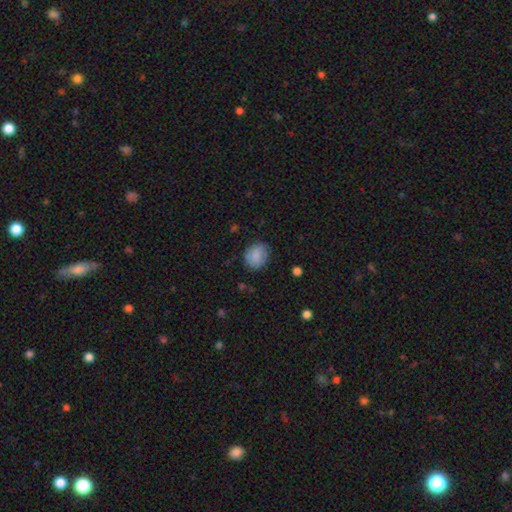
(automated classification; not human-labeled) The model was most divided on "how rounded": round: 57%, in between: 42%, cigar-shaped: 1%. More confident: smooth or featured — smooth (85%); merging — none (80%).